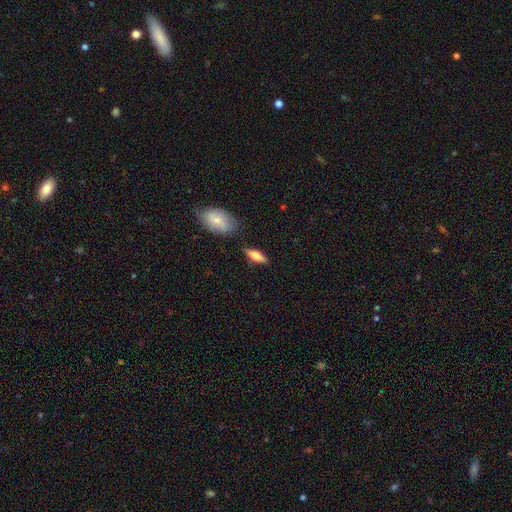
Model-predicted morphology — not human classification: Overall: smooth (70%). How rounded: in between (61%; cigar-shaped 36%). Merging: none (81%).